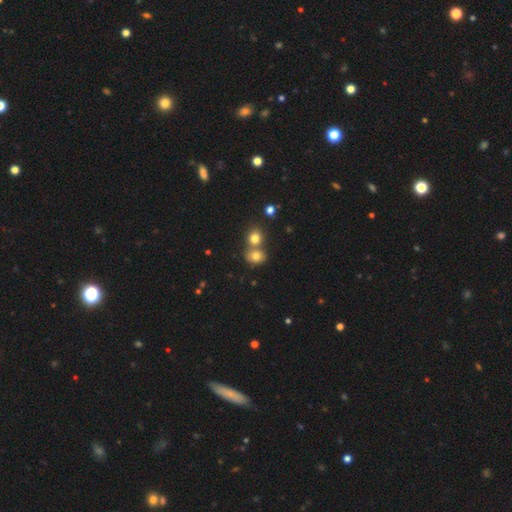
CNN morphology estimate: This is likely a smooth galaxy (76%). How rounded: likely round (61%). Merging: possibly none (48%).